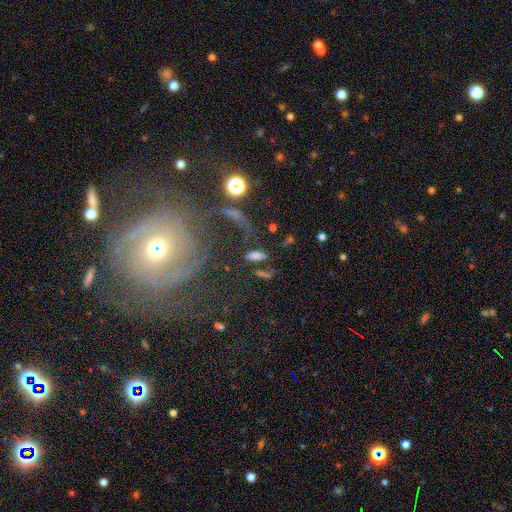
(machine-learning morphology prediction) This appears to be a smooth galaxy with no disk features (66%) that is cigar-shaped (48%). Merging: none (65%).